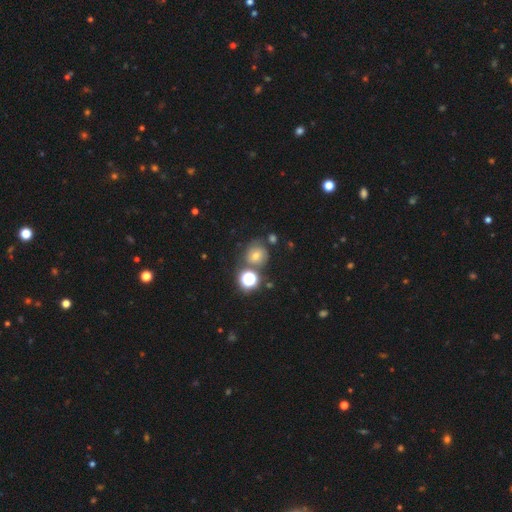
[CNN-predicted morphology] The model was most divided on "smooth or featured": smooth: 48%, star or artifact: 31%, featured or disk: 21%. More confident: merging — none (67%).